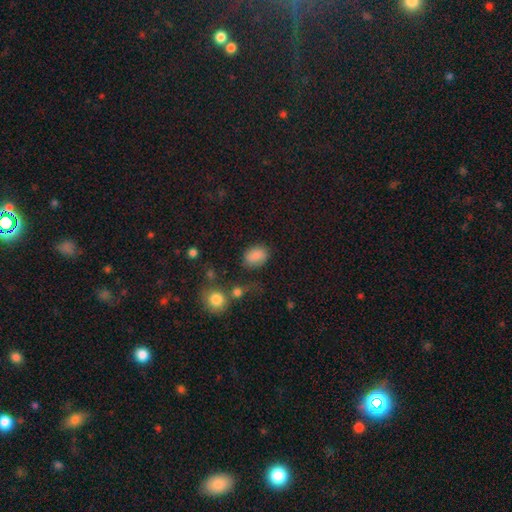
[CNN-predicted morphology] smooth_or_featured: smooth (p=0.83) [alt: star or artifact p=0.09]
how_rounded: in between (p=0.71) [alt: round p=0.28]
merging: none (p=0.72) [alt: minor disturbance p=0.17]